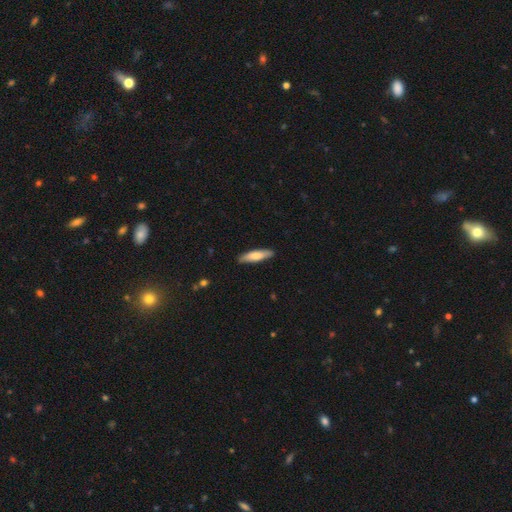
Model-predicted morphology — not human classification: Smooth or featured? Predicted: smooth (p=0.74). How rounded? Predicted: cigar-shaped (p=0.75). Merging? Predicted: none (p=0.88).